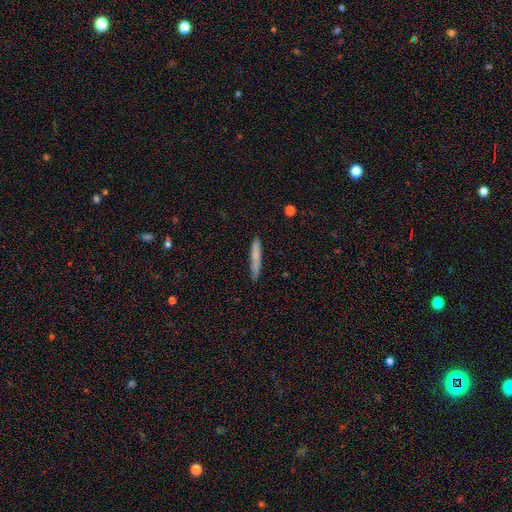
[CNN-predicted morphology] smooth-or-featured: smooth: 78% | featured or disk: 16% | star or artifact: 6%
  how-rounded: cigar-shaped: 94% | in between: 5% | round: 1%
  merging: none: 87% | minor disturbance: 10% | major disturbance: 2% | merger: 1%